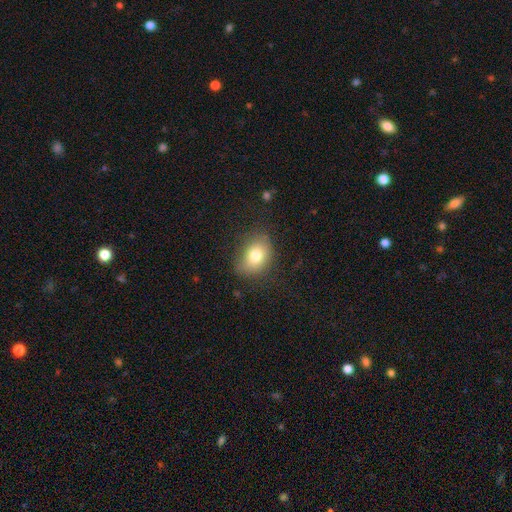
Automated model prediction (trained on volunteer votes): smooth-or-featured: smooth: 77% | featured or disk: 13% | star or artifact: 10%
  how-rounded: in between: 67% | round: 32% | cigar-shaped: 1%
  merging: none: 73% | minor disturbance: 19% | major disturbance: 6% | merger: 1%